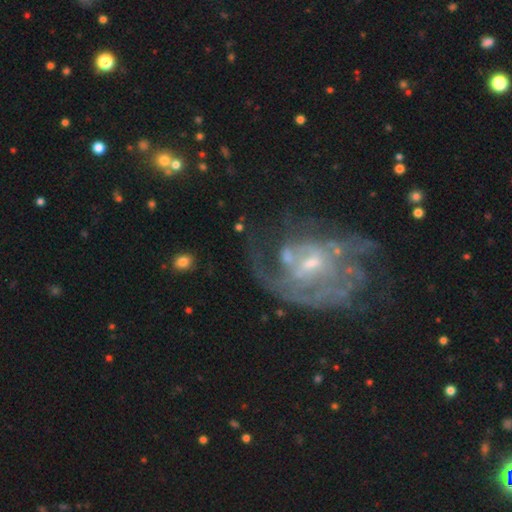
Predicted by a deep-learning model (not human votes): Q: Smooth or featured?
A: featured or disk (80%); runner-up: star or artifact (11%)
Q: Edge-on disk?
A: no (97%); runner-up: yes (3%)
Q: Bar?
A: no (49%); runner-up: weak (41%)
Q: Spiral arms?
A: yes (85%); runner-up: no (15%)
Q: Spiral winding?
A: tight (41%); runner-up: medium (39%)
Q: Spiral arm count?
A: can't tell (40%); runner-up: 2 (24%)
Q: Bulge size?
A: small (63%); runner-up: moderate (27%)
Q: Merging?
A: none (50%); runner-up: major disturbance (26%)